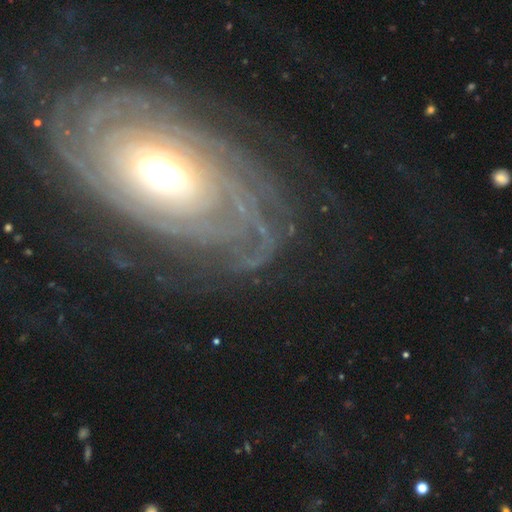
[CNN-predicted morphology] featured or disk 80%, smooth 10%, star or artifact 10%. Down the decision tree: edge-on disk — no (94%); bar — no (74%); spiral arms — yes (85%); spiral arm count — can't tell (39%); spiral winding — tight (71%); bulge size — moderate (57%); merging — none (66%).